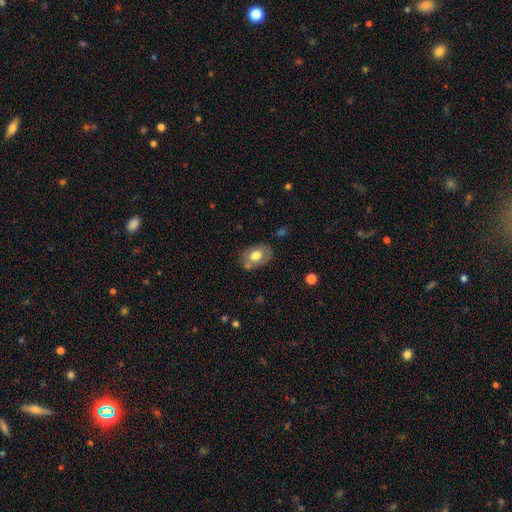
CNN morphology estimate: A smooth galaxy with no disk features (70%) that is in between round and cigar-shaped (78%).

Vote fractions:
- Smooth or featured? smooth: 70% / featured or disk: 23% / star or artifact: 7%
- How rounded? in between: 78% / round: 21% / cigar-shaped: 1%
- Merging? none: 71% / minor disturbance: 18% / merger: 7% / major disturbance: 4%